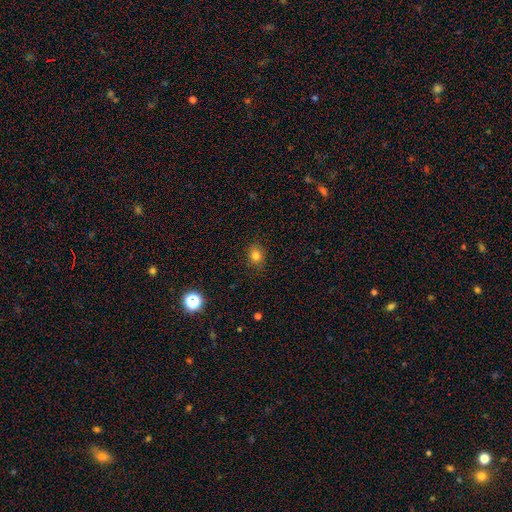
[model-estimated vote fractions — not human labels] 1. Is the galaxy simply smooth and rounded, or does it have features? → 80% smooth, 14% star or artifact, 7% featured or disk.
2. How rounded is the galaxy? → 60% round, 39% in between, 1% cigar-shaped.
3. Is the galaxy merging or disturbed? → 85% none, 11% minor disturbance, 3% major disturbance, 1% merger.